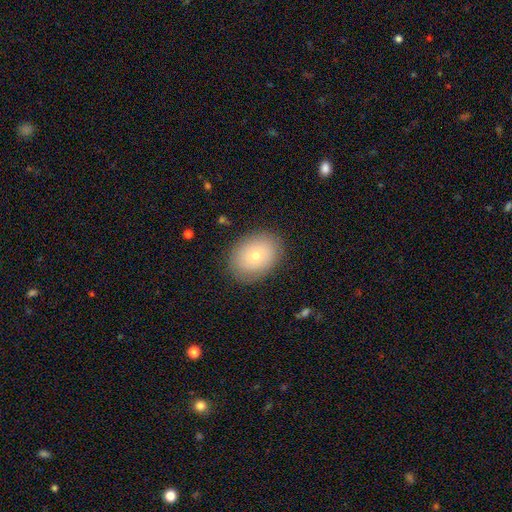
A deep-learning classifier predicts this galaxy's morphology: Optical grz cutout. It shows a smooth galaxy with no disk features (72%) that is in between round and cigar-shaped (61%). Merging: none (86%).